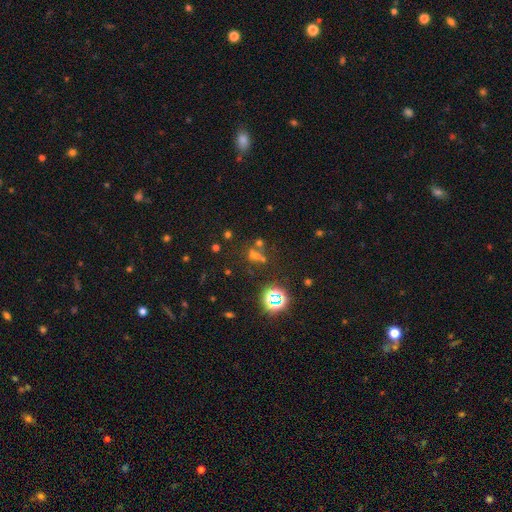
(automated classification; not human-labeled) This is possibly a star or artifact rather than a galaxy (48%).